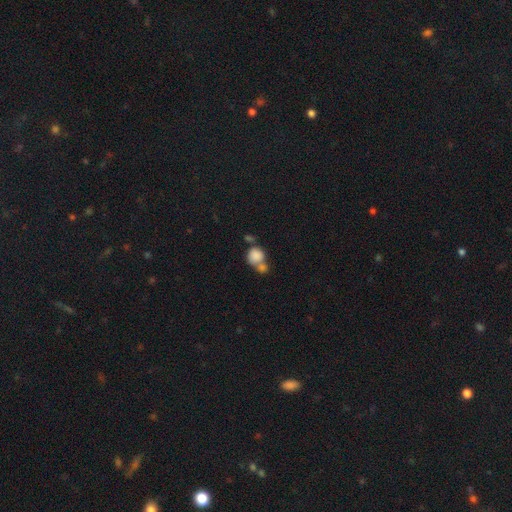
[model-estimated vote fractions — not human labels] Smooth or featured? Predicted: smooth (p=0.83). How rounded? Predicted: round (p=0.82). Merging? Predicted: merger (p=0.53).